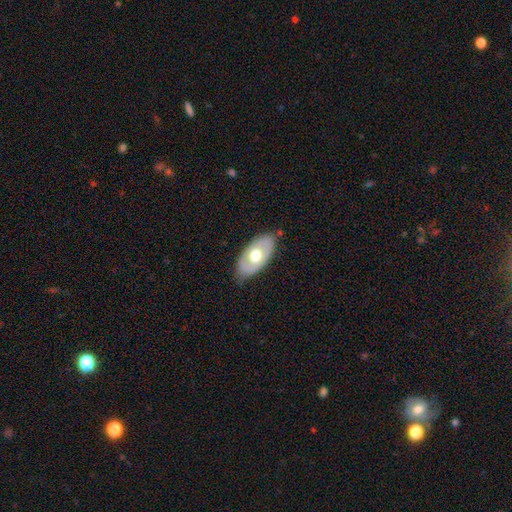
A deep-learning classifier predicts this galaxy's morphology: Overall: smooth (50%; featured or disk 45%). Merging: none (75%).